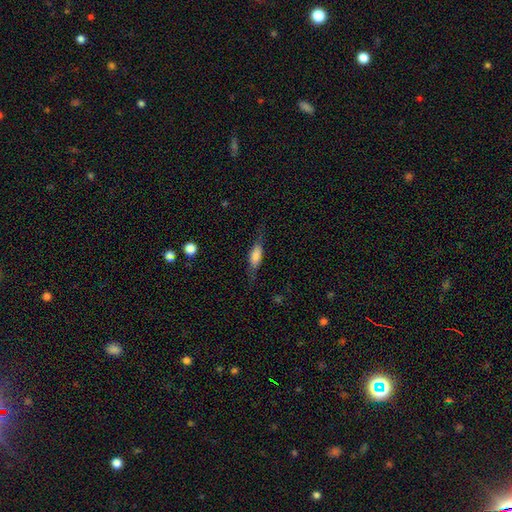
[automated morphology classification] type=smooth (66%); roundness=in between (52%); merging=none (69%).